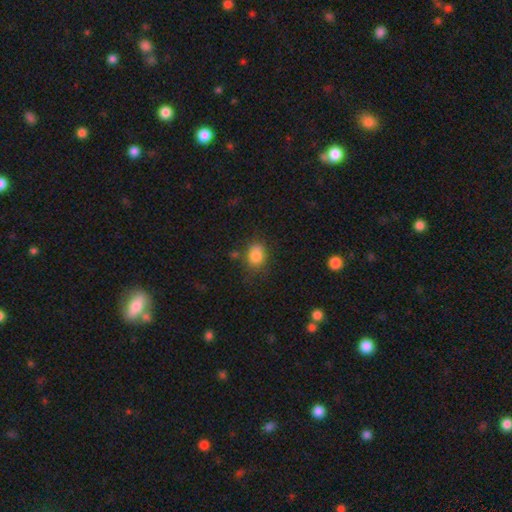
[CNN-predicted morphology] This appears to be a smooth galaxy with no disk features (83%) that is in between round and cigar-shaped (54%). Merging: none (64%).